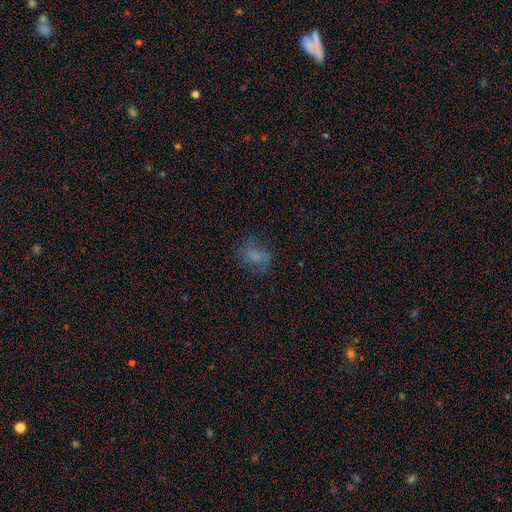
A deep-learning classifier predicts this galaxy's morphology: Smooth or featured? Predicted: smooth (p=0.56). How rounded? Predicted: in between (p=0.64). Merging? Predicted: none (p=0.61).